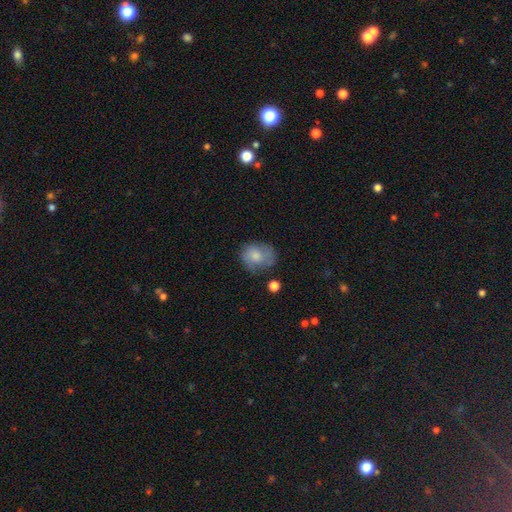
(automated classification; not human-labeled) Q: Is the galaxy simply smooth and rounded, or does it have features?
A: smooth — 71%.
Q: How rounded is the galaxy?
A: round — 59%.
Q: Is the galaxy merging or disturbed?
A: none — 53%.